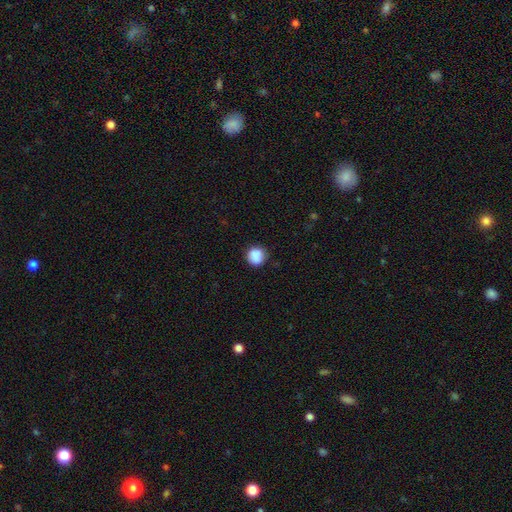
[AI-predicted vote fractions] Q: Smooth or featured?
A: smooth (87%); runner-up: star or artifact (9%)
Q: How rounded?
A: round (90%); runner-up: in between (9%)
Q: Merging?
A: none (82%); runner-up: minor disturbance (13%)